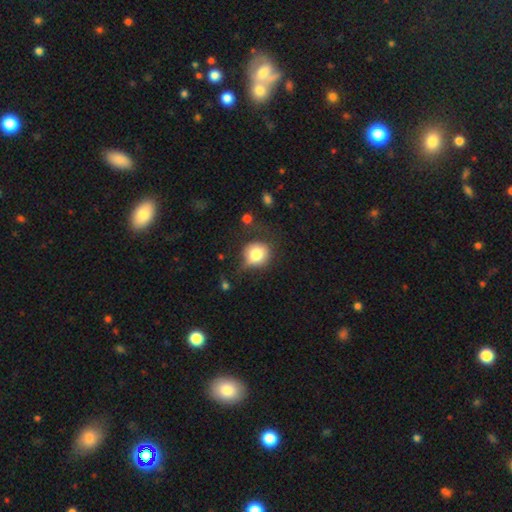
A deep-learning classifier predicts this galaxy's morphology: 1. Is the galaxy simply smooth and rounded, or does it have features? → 78% smooth, 12% featured or disk, 9% star or artifact.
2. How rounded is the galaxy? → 83% round, 16% in between, 1% cigar-shaped.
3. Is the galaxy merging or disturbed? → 55% none, 29% minor disturbance, 13% major disturbance, 3% merger.